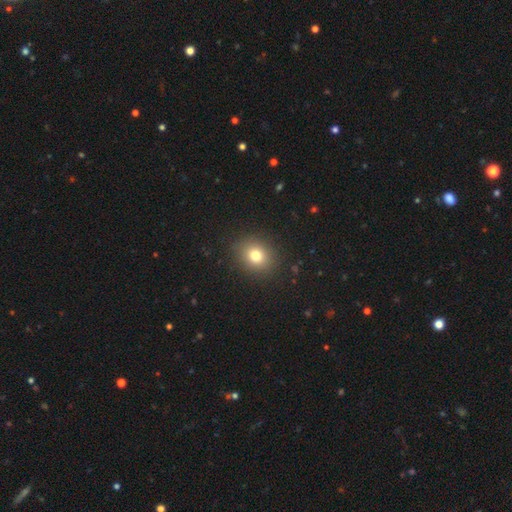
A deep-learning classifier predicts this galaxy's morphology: This is likely a smooth galaxy (78%). How rounded: likely round (66%). Merging: clearly none (89%).